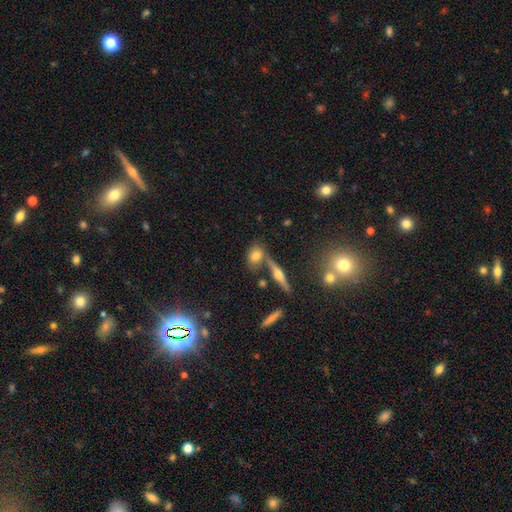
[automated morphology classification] The model was most divided on "merging": none: 59%, merger: 22%, minor disturbance: 14%, major disturbance: 5%. More confident: smooth or featured — smooth (67%); how rounded — in between (66%).